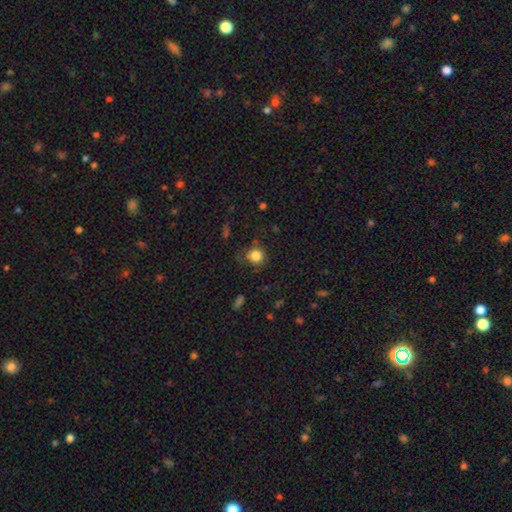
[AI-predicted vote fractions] This is clearly a smooth galaxy (83%). How rounded: clearly round (86%). Merging: likely none (70%).